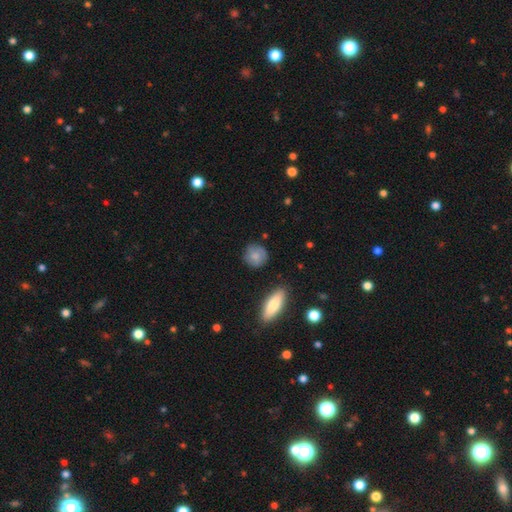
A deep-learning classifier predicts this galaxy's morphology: This appears to be a smooth galaxy with no disk features (74%) that is round (80%). Merging: none (76%).